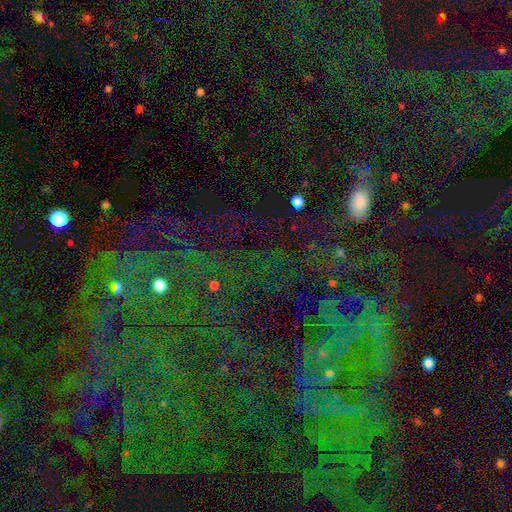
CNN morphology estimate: Smooth or featured?
  - star or artifact: 65% *
  - smooth: 20%
  - featured or disk: 15%